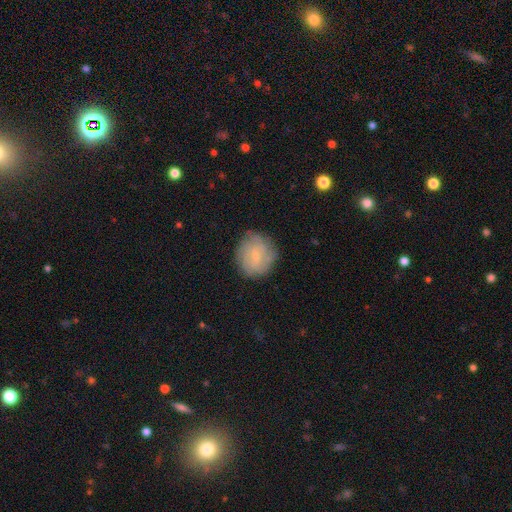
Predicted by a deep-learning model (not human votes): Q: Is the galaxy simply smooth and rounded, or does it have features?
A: featured or disk — 46%, tied with smooth.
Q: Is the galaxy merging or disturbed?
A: none — 78%.